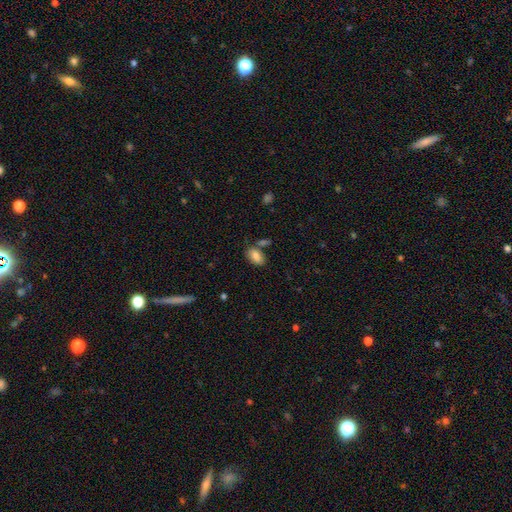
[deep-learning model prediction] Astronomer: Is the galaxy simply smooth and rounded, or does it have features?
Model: smooth — 83%.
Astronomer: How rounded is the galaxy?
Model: in between — 92%.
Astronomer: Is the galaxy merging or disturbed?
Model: none — 67%.